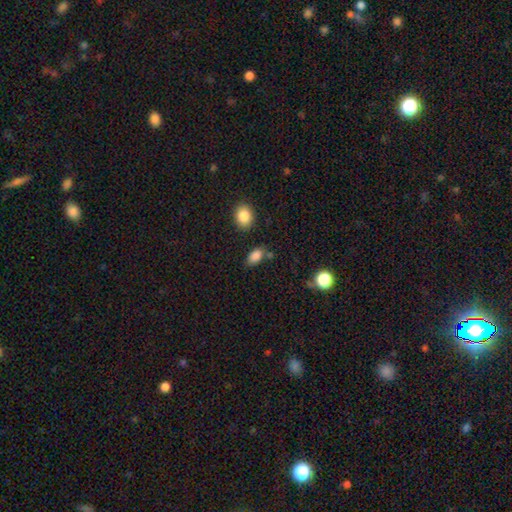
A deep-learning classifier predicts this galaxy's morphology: The model was most divided on "merging": none: 70%, minor disturbance: 17%, merger: 9%, major disturbance: 4%. More confident: how rounded — in between (89%); smooth or featured — smooth (86%).